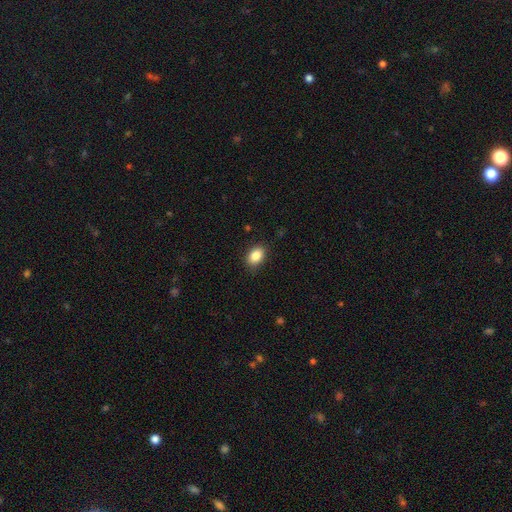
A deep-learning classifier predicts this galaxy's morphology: smooth-or-featured: smooth: 87% | star or artifact: 8% | featured or disk: 5%
  how-rounded: in between: 82% | round: 17% | cigar-shaped: 1%
  merging: none: 84% | minor disturbance: 12% | major disturbance: 3% | merger: 1%